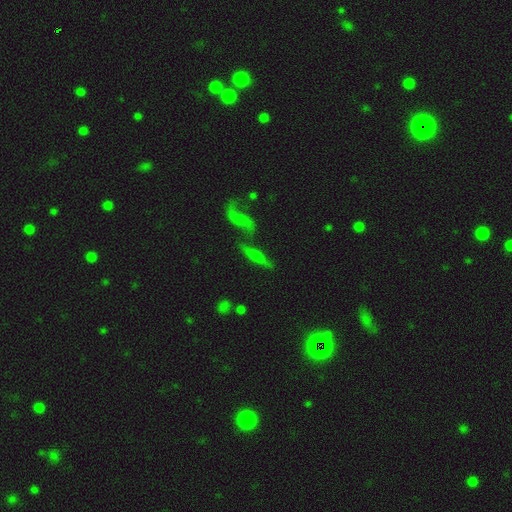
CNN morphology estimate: A featured or disk galaxy (49%). Merging: none (55%).